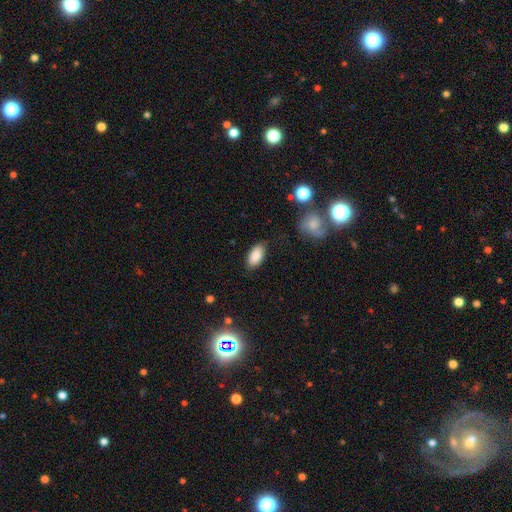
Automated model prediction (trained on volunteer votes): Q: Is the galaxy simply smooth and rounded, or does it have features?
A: smooth — 86%.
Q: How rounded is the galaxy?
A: in between — 93%.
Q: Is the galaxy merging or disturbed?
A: none — 81%.